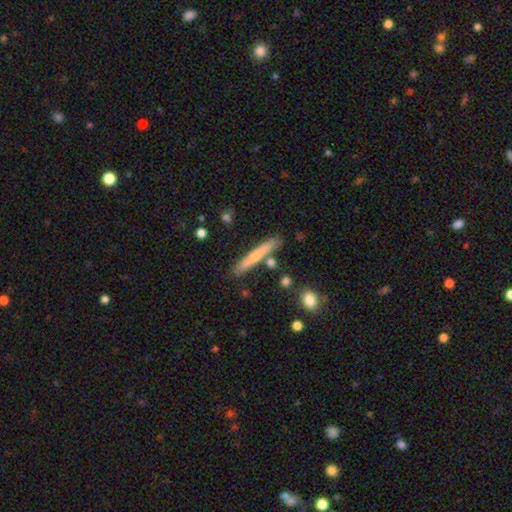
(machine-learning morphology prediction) Smooth or featured? Predicted: smooth (p=0.64). How rounded? Predicted: cigar-shaped (p=0.96). Merging? Predicted: none (p=0.82).